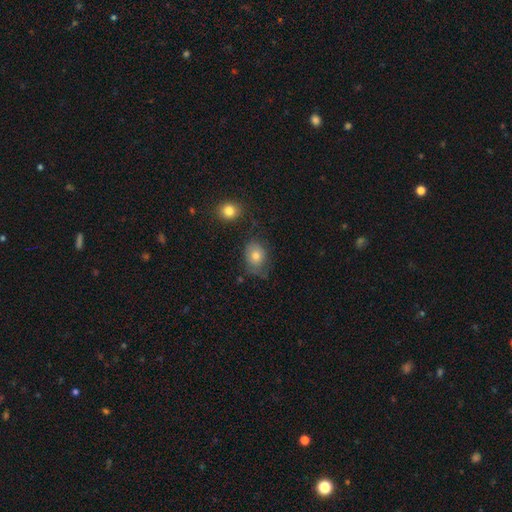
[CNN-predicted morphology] A smooth galaxy with no disk features (74%) that is in between round and cigar-shaped (61%).

Vote fractions:
- Smooth or featured? smooth: 74% / featured or disk: 15% / star or artifact: 12%
- How rounded? in between: 61% / round: 38% / cigar-shaped: 1%
- Merging? none: 62% / minor disturbance: 26% / major disturbance: 9% / merger: 3%